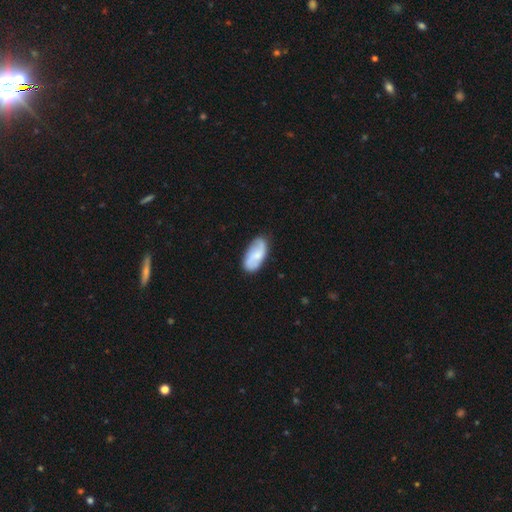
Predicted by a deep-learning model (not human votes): The model was most divided on "smooth or featured": smooth: 48%, featured or disk: 46%, star or artifact: 6%. More confident: merging — none (78%).